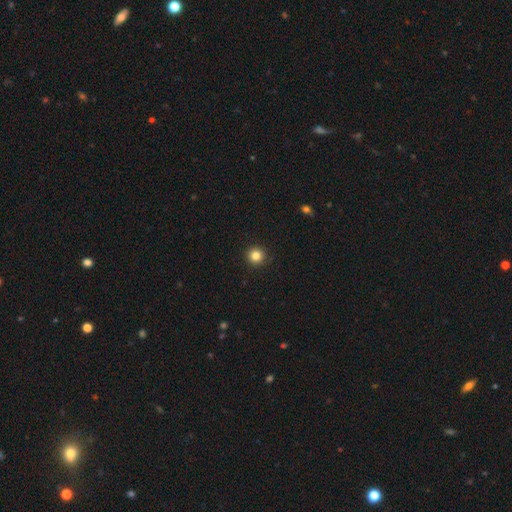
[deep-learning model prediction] The model was most divided on "smooth or featured": smooth: 84%, star or artifact: 11%, featured or disk: 5%. More confident: how rounded — round (95%); merging — none (93%).